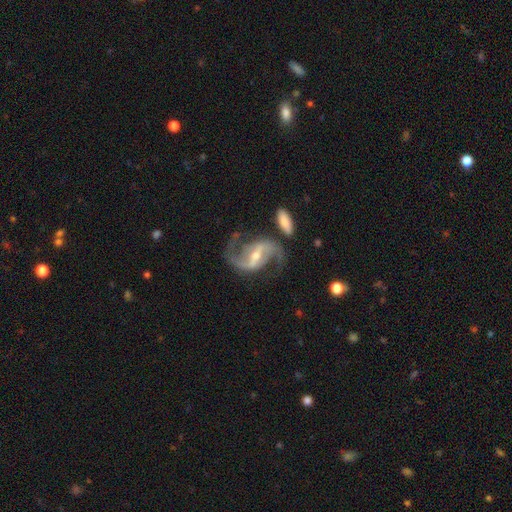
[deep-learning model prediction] Smooth or featured: featured or disk — 91% (star or artifact — 5%)
Edge-on disk: no — 97% (yes — 3%)
Bar: strong — 52% (weak — 34%)
Spiral arms: yes — 97% (no — 3%)
Spiral winding: loose — 49% (medium — 42%)
Spiral arm count: 2 — 93% (can't tell — 2%)
Bulge size: small — 54% (moderate — 41%)
Merging: none — 73% (minor disturbance — 14%)